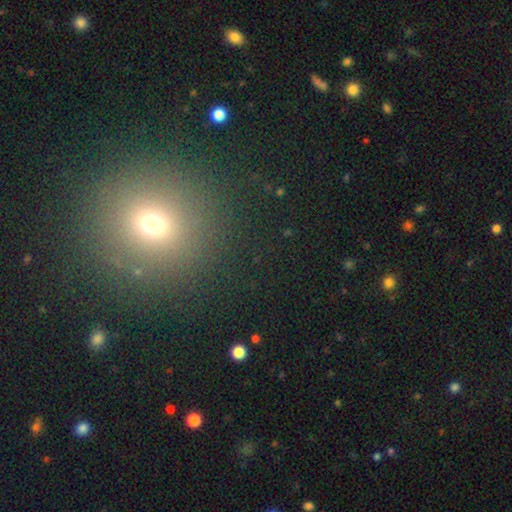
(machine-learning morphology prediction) A smooth galaxy with no disk features (53%) that is round (88%). Merging: none (88%).